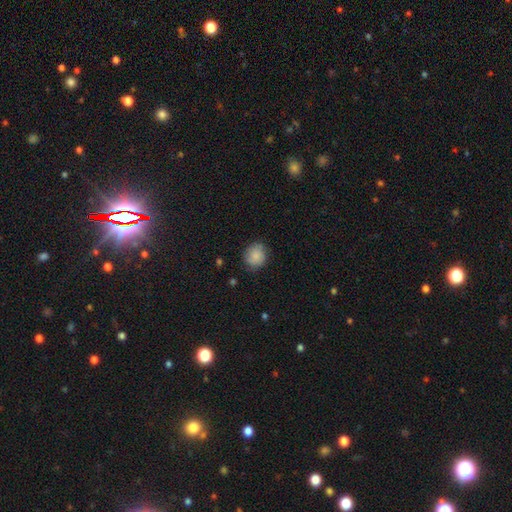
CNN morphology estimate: Smooth or featured? smooth (84%)
How rounded? round (80%)
Merging? none (78%)